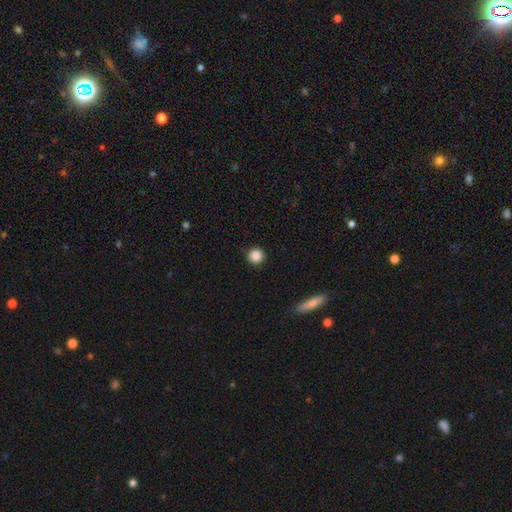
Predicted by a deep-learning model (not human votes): smooth_or_featured: smooth (p=0.87) [alt: star or artifact p=0.10]
how_rounded: round (p=0.95) [alt: in between p=0.04]
merging: none (p=0.91) [alt: minor disturbance p=0.06]